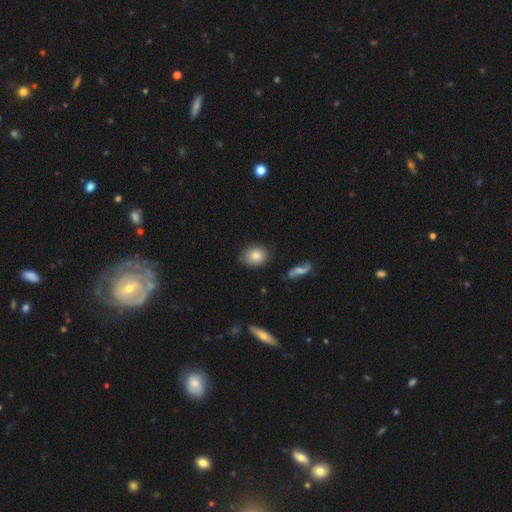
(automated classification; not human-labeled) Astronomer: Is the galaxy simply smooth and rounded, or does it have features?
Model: smooth — 83%.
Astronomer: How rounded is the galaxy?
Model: round — 58% (runner-up: in between, 41%).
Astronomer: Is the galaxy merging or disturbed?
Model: none — 83%.